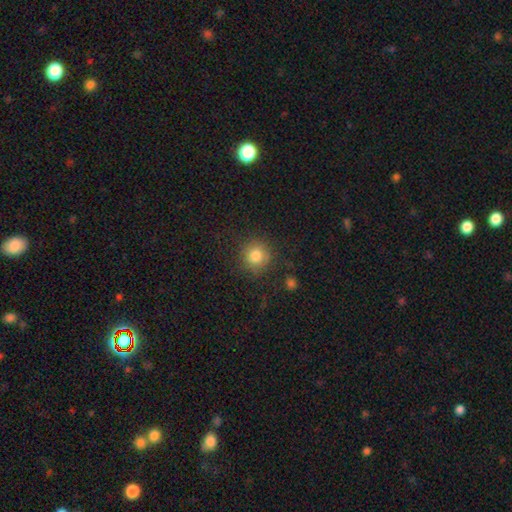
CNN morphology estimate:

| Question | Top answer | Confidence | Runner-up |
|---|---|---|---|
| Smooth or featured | smooth | 81% | star or artifact (12%) |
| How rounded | round | 91% | in between (8%) |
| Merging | none | 84% | minor disturbance (11%) |